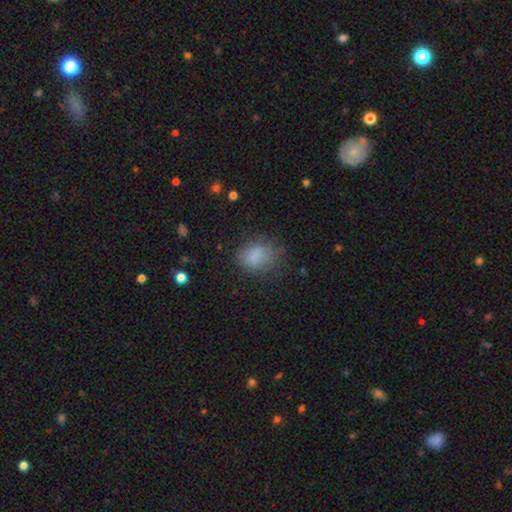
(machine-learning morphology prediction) Q: Smooth or featured?
A: smooth (81%); runner-up: star or artifact (10%)
Q: How rounded?
A: in between (64%); runner-up: round (35%)
Q: Merging?
A: none (65%); runner-up: minor disturbance (23%)